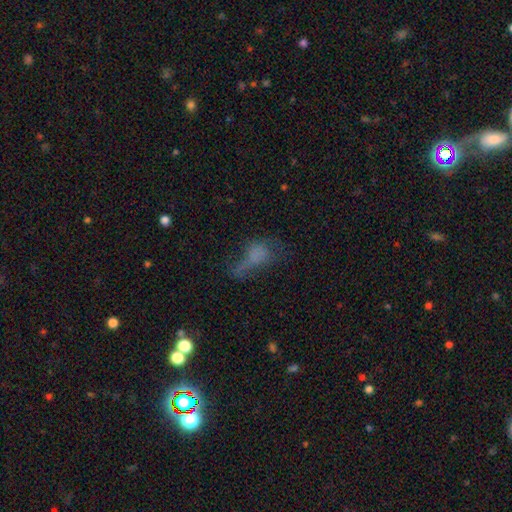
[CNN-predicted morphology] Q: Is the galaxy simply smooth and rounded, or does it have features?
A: smooth — 52%.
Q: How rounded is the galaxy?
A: in between — 73%.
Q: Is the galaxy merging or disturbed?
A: major disturbance — 43%.